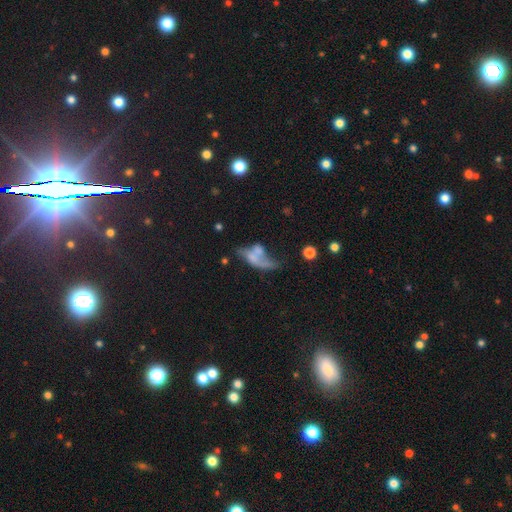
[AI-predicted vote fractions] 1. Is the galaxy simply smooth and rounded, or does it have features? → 45% smooth, 43% featured or disk, 13% star or artifact.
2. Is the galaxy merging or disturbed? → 42% merger, 29% major disturbance, 16% none, 12% minor disturbance.